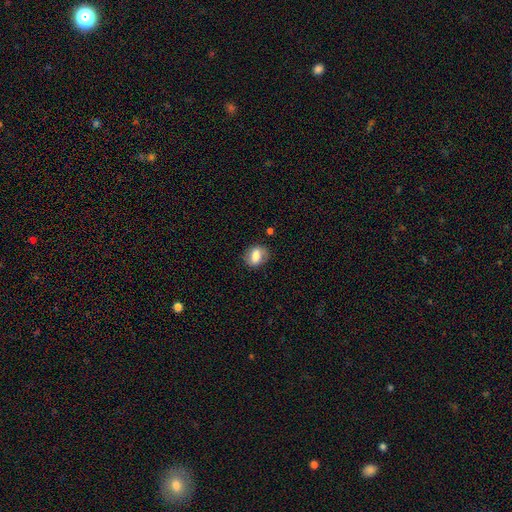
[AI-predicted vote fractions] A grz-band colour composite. It shows a smooth galaxy with no disk features (68%) that is in between round and cigar-shaped (62%). Merging: none (77%).